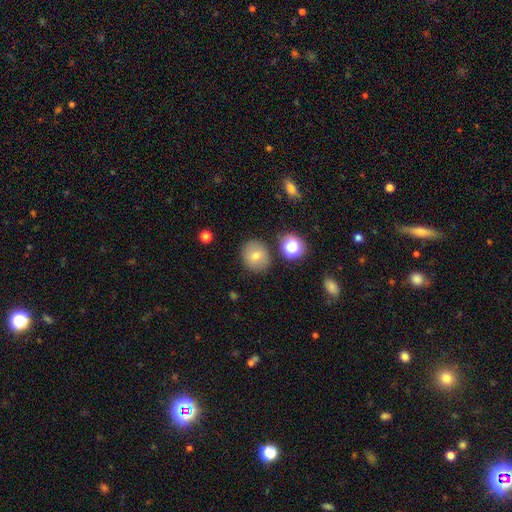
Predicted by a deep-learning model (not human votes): smooth 70%, featured or disk 19%, star or artifact 12%. Down the decision tree: how rounded — round (85%); merging — none (80%).